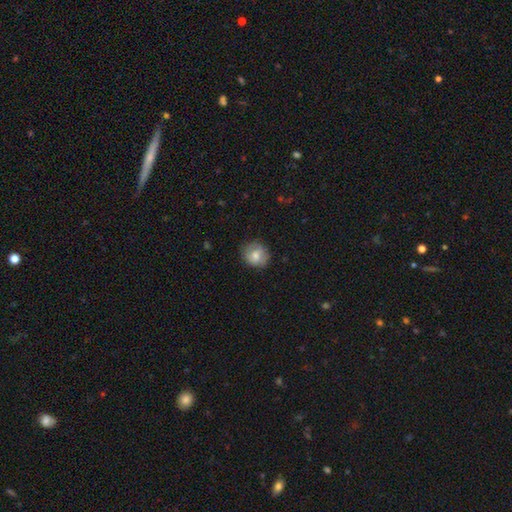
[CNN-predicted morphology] Smooth or featured? smooth (74%)
How rounded? round (83%)
Merging? none (79%)